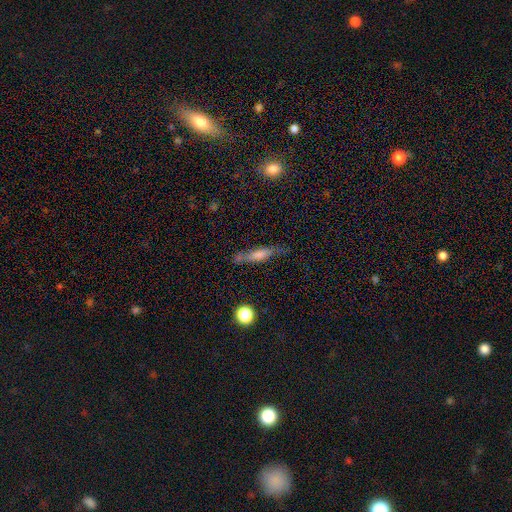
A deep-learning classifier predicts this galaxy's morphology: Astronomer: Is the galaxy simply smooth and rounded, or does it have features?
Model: smooth — 46% (runner-up: featured or disk, 44%).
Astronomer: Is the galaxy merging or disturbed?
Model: none — 69%.